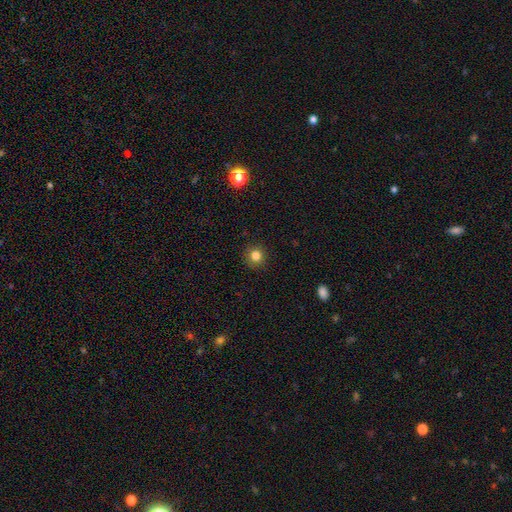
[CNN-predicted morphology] Smooth or featured: smooth — 82% (star or artifact — 13%)
How rounded: round — 92% (in between — 7%)
Merging: none — 90% (minor disturbance — 7%)